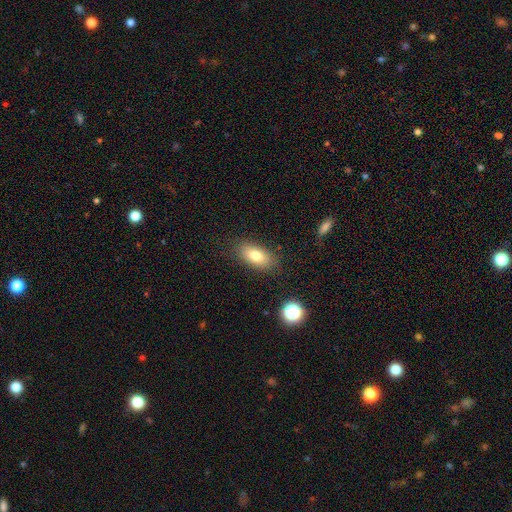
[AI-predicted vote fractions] Overall: smooth (76%). How rounded: in between (88%). Merging: none (84%).